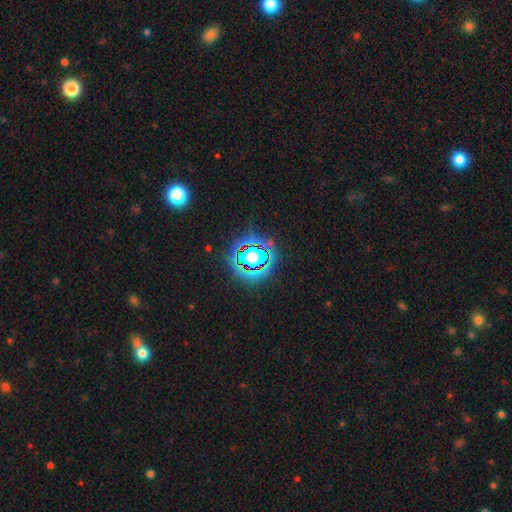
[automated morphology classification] The model was most divided on "smooth or featured": star or artifact: 78%, smooth: 12%, featured or disk: 9%.